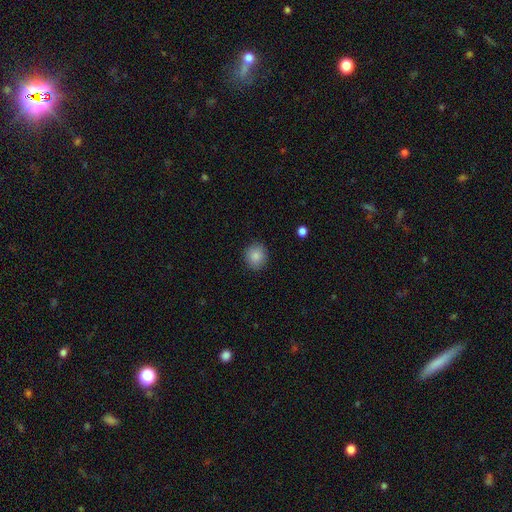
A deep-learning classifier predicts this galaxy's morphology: The model was most divided on "how rounded": round: 86%, in between: 13%, cigar-shaped: 1%. More confident: merging — none (90%); smooth or featured — smooth (86%).